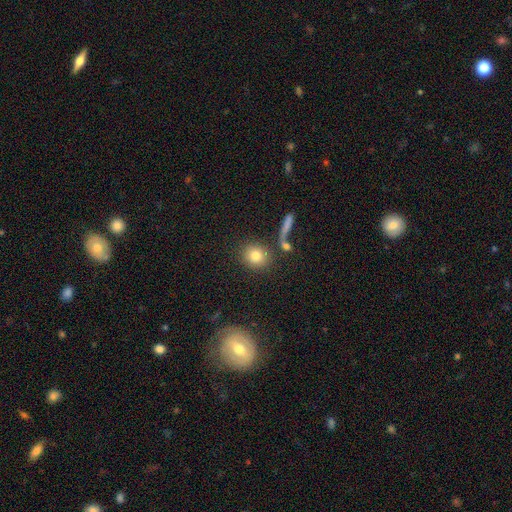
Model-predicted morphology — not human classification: type=smooth (81%); roundness=round (84%); merging=none (80%).